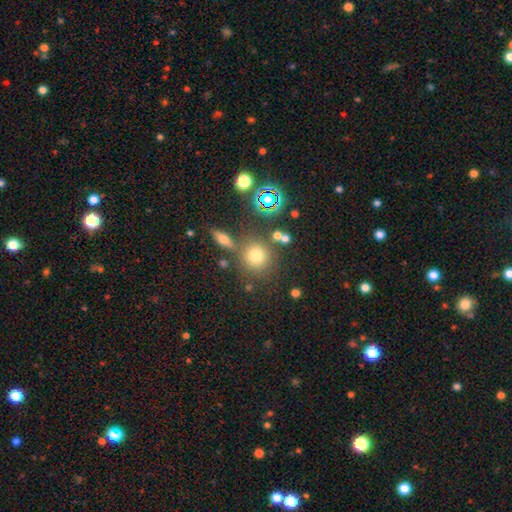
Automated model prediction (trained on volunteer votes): smooth_or_featured: smooth (p=0.68) [alt: star or artifact p=0.21]
how_rounded: round (p=0.88) [alt: in between p=0.11]
merging: none (p=0.73) [alt: merger p=0.12]